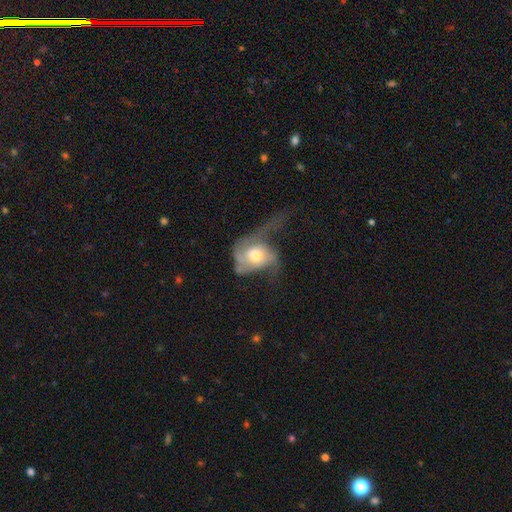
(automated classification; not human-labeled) A featured or disk galaxy (59%) with no bar (77%), spiral arms (70%) and a moderate central bulge (71%).

Vote fractions:
- Smooth or featured? featured or disk: 59% / smooth: 34% / star or artifact: 6%
- Edge-on disk? no: 96% / yes: 4%
- Bar? no: 77% / weak: 18% / strong: 5%
- Spiral arms? yes: 70% / no: 30%
- Bulge size? moderate: 71% / large: 14% / small: 12% / dominant: 2% / none: 1%
- Merging? major disturbance: 58% / none: 19% / minor disturbance: 19% / merger: 4%